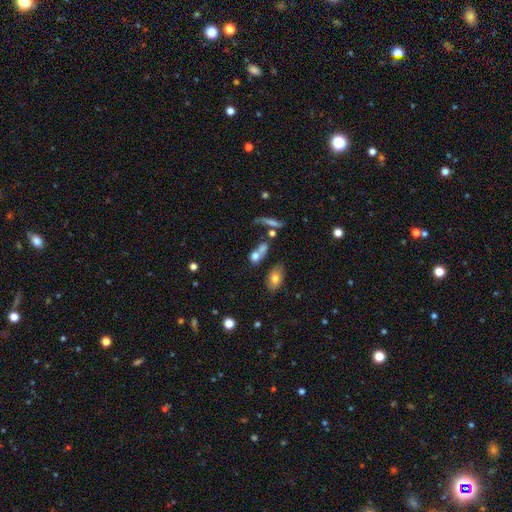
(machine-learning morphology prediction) Smooth or featured? smooth (70%)
How rounded? in between (49%)
Merging? merger (45%)